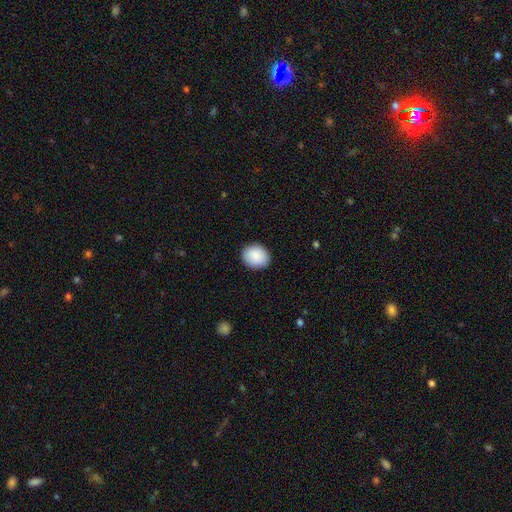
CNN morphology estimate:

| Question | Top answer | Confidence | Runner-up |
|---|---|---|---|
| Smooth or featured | smooth | 89% | star or artifact (7%) |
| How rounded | round | 62% | in between (37%) |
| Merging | none | 89% | minor disturbance (8%) |